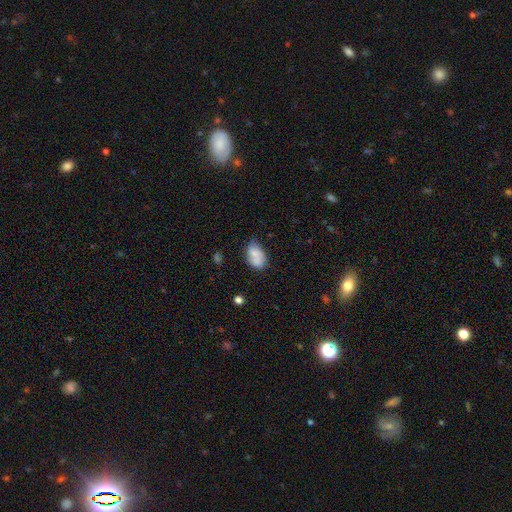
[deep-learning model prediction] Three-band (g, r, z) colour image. It shows a smooth galaxy with no disk features (74%) that is in between round and cigar-shaped (88%). Merging: none (56%).